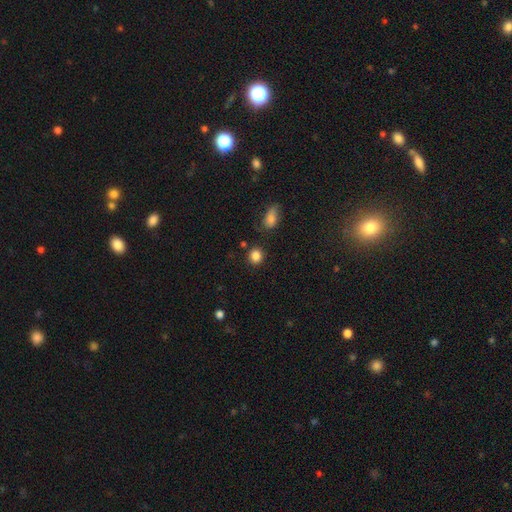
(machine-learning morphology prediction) A smooth galaxy with no disk features (86%) that is round (81%). Merging: none (84%).